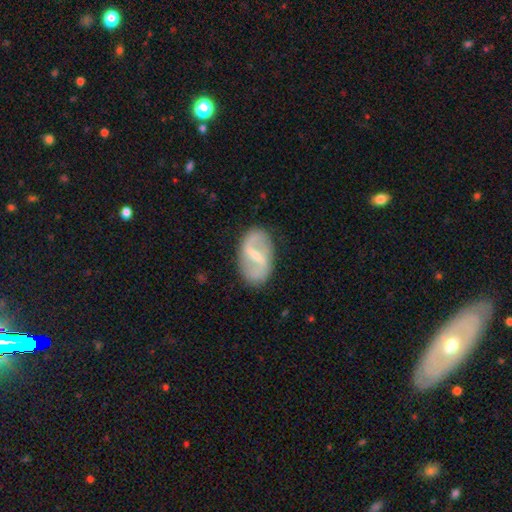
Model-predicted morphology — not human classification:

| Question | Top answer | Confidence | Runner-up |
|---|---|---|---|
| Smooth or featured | featured or disk | 78% | smooth (17%) |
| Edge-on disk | no | 96% | yes (4%) |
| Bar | strong | 53% | weak (37%) |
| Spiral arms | yes | 77% | no (23%) |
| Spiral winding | loose | 53% | medium (34%) |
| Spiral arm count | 2 | 88% | can't tell (7%) |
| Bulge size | small | 62% | moderate (29%) |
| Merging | none | 83% | minor disturbance (12%) |